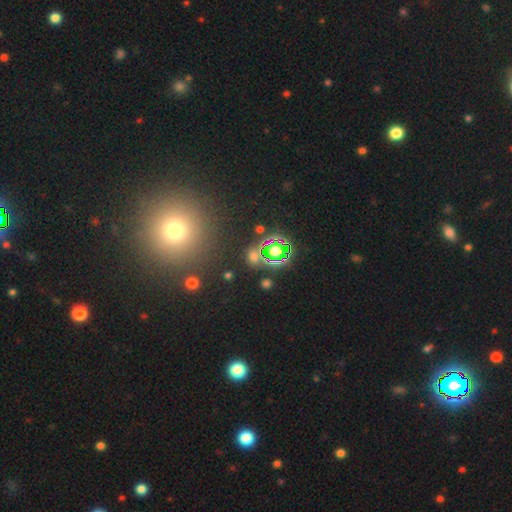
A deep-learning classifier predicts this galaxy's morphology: Smooth or featured: star or artifact — 64% (smooth — 26%)